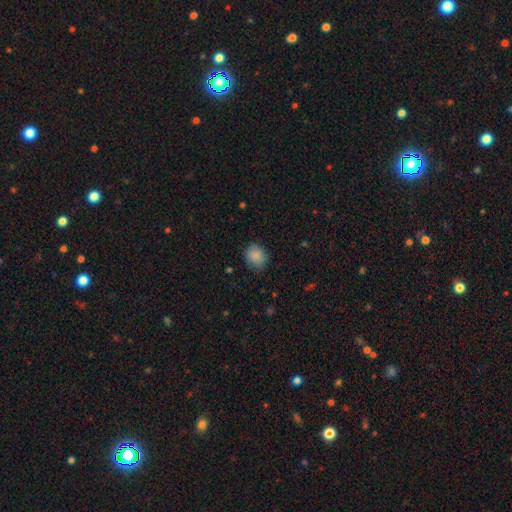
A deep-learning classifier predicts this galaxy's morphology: Q: Smooth or featured?
A: smooth (86%); runner-up: star or artifact (8%)
Q: How rounded?
A: round (72%); runner-up: in between (28%)
Q: Merging?
A: none (80%); runner-up: minor disturbance (15%)